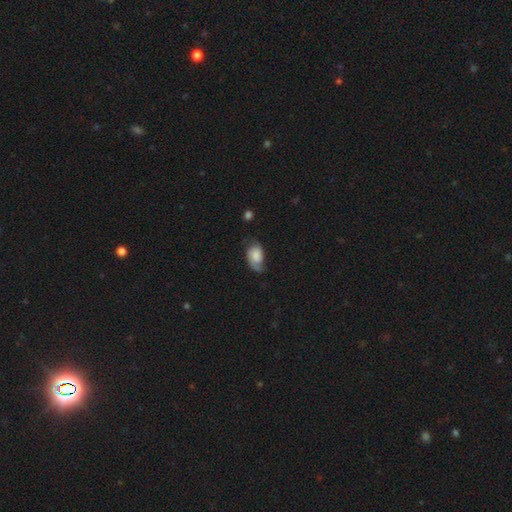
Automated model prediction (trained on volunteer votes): smooth-or-featured: featured or disk: 51% | smooth: 41% | star or artifact: 8%
  disk-edge-on: no: 96% | yes: 4%
  merging: none: 51% | minor disturbance: 30% | major disturbance: 17% | merger: 2%